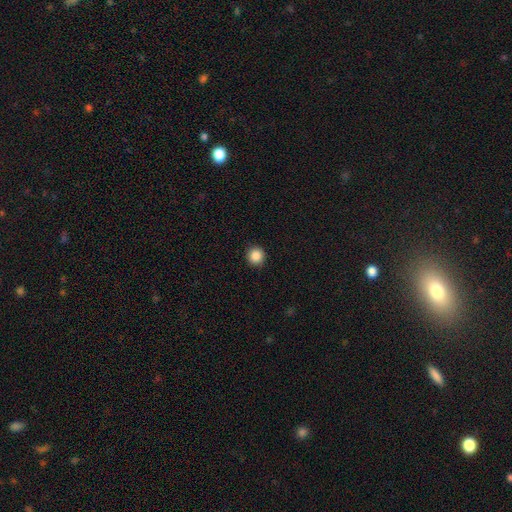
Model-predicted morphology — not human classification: Smooth or featured: smooth — 87% (star or artifact — 10%)
How rounded: round — 93% (in between — 6%)
Merging: none — 92% (minor disturbance — 5%)